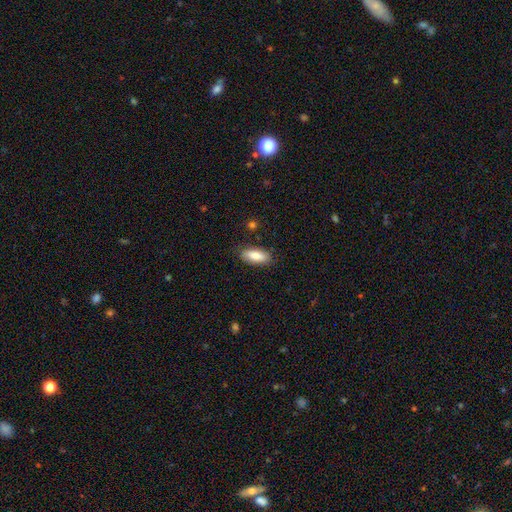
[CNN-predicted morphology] Q: Smooth or featured?
A: smooth (83%); runner-up: featured or disk (11%)
Q: How rounded?
A: in between (81%); runner-up: cigar-shaped (17%)
Q: Merging?
A: none (83%); runner-up: minor disturbance (12%)